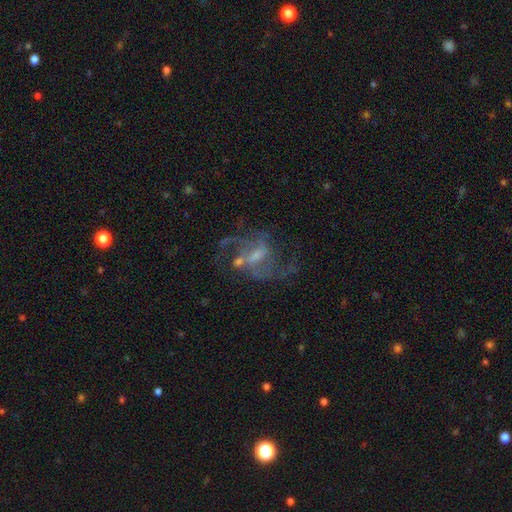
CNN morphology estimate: This appears to be a featured or disk galaxy (80%) with a weak bar (52%), 2 (56%) loose (52%) spiral arms (87%) and a small central bulge (39%). Merging: none (45%).